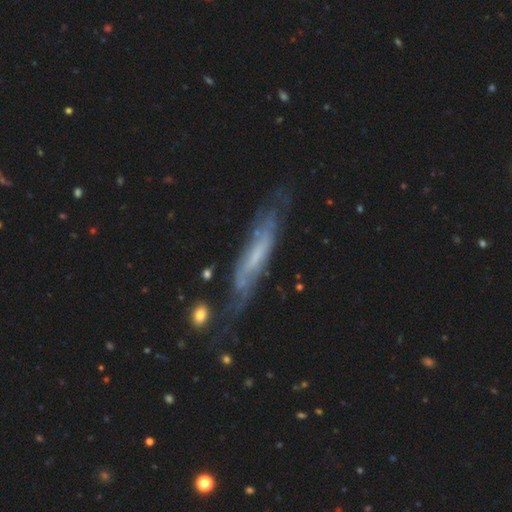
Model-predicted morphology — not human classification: Overall: featured or disk (70%). Edge-on disk: no (53%; yes 47%). Merging: none (63%).